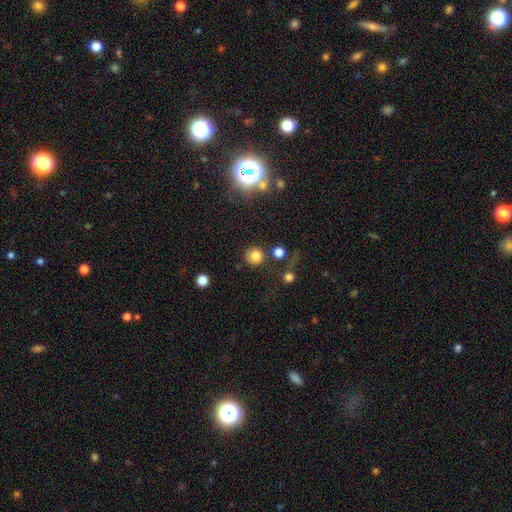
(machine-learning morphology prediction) type=smooth (79%); roundness=round (91%); merging=none (81%).